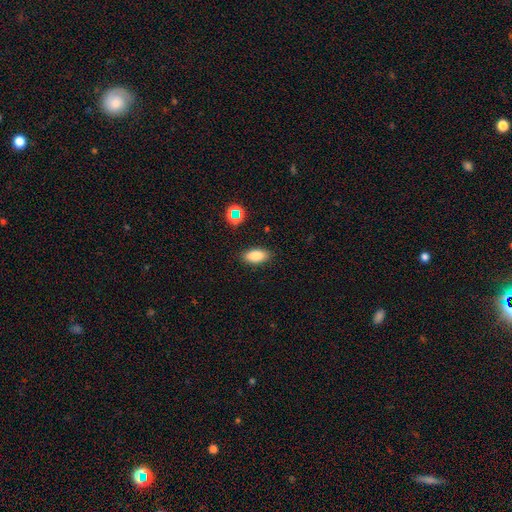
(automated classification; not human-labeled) The model was most divided on "smooth or featured": smooth: 84%, star or artifact: 10%, featured or disk: 7%. More confident: how rounded — in between (89%); merging — none (87%).